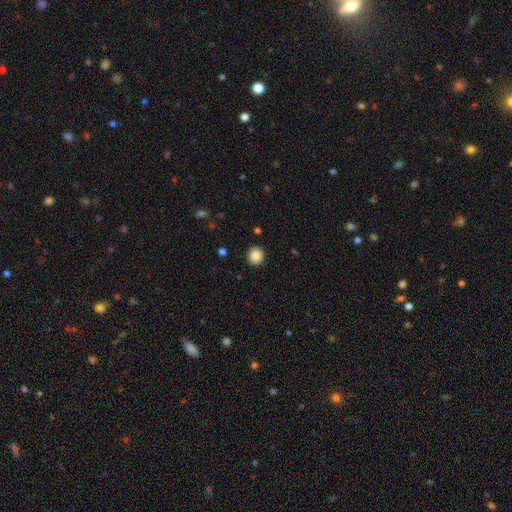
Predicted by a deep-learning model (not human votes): Q: Smooth or featured?
A: smooth (88%); runner-up: star or artifact (9%)
Q: How rounded?
A: round (92%); runner-up: in between (7%)
Q: Merging?
A: none (91%); runner-up: minor disturbance (6%)